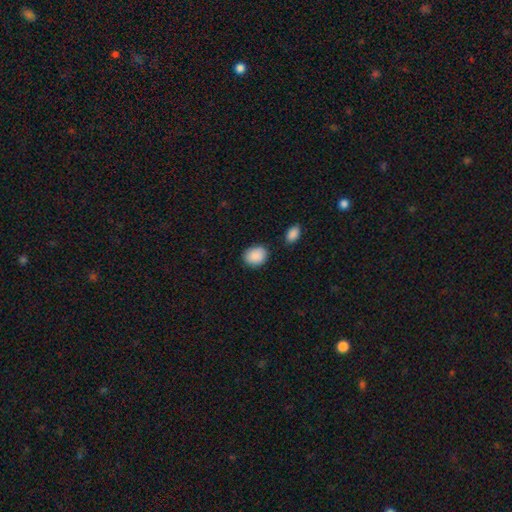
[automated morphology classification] Q: Smooth or featured?
A: smooth (90%); runner-up: star or artifact (7%)
Q: How rounded?
A: in between (55%); runner-up: round (44%)
Q: Merging?
A: none (81%); runner-up: minor disturbance (12%)